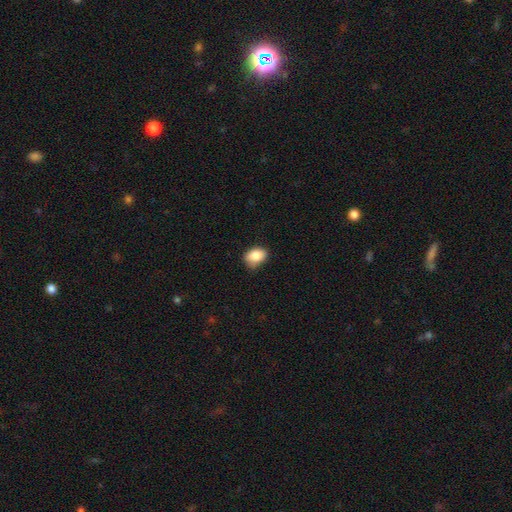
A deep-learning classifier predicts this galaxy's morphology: Smooth or featured?
  - smooth: 85% *
  - star or artifact: 8%
  - featured or disk: 6%
How rounded?
  - in between: 75% *
  - round: 24%
  - cigar-shaped: 1%
Merging?
  - none: 65% *
  - minor disturbance: 29%
  - major disturbance: 5%
  - merger: 2%